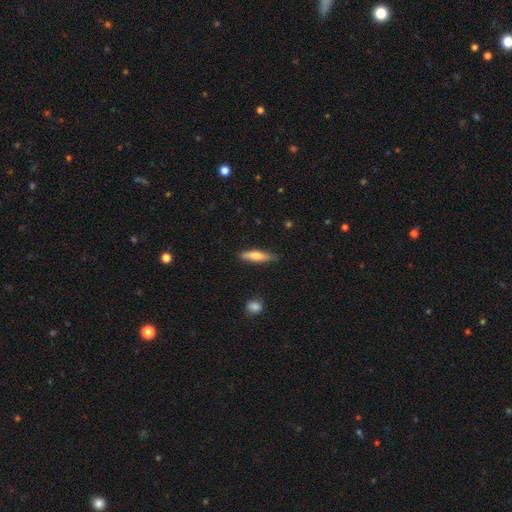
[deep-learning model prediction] A smooth galaxy with no disk features (69%) that is cigar-shaped (75%).

Vote fractions:
- Smooth or featured? smooth: 69% / featured or disk: 25% / star or artifact: 6%
- How rounded? cigar-shaped: 75% / in between: 23% / round: 2%
- Merging? none: 81% / minor disturbance: 15% / major disturbance: 3% / merger: 2%